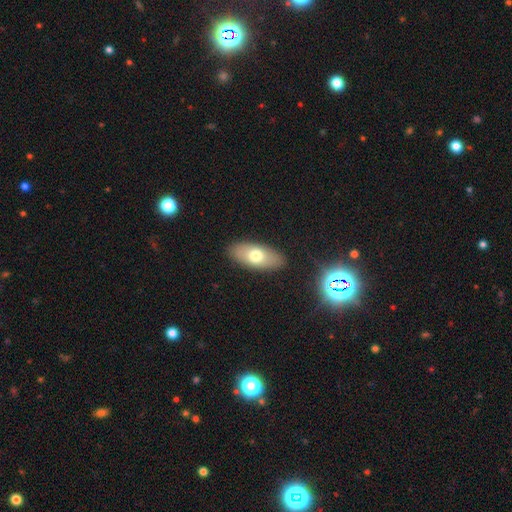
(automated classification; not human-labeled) The model was most divided on "smooth or featured": smooth: 68%, featured or disk: 25%, star or artifact: 7%. More confident: merging — none (87%); how rounded — in between (87%).